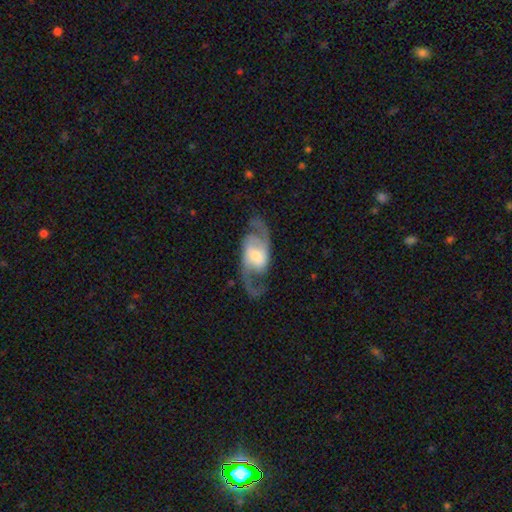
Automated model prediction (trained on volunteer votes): smooth_or_featured: featured or disk (p=0.85) [alt: smooth p=0.10]
disk_edge_on: no (p=0.95) [alt: yes p=0.05]
bar: no (p=0.48) [alt: weak p=0.38]
has_spiral_arms: yes (p=0.95) [alt: no p=0.05]
spiral_winding: medium (p=0.49) [alt: loose p=0.38]
spiral_arm_count: 2 (p=0.90) [alt: can't tell p=0.03]
bulge_size: moderate (p=0.47) [alt: small p=0.35]
merging: none (p=0.74) [alt: minor disturbance p=0.14]